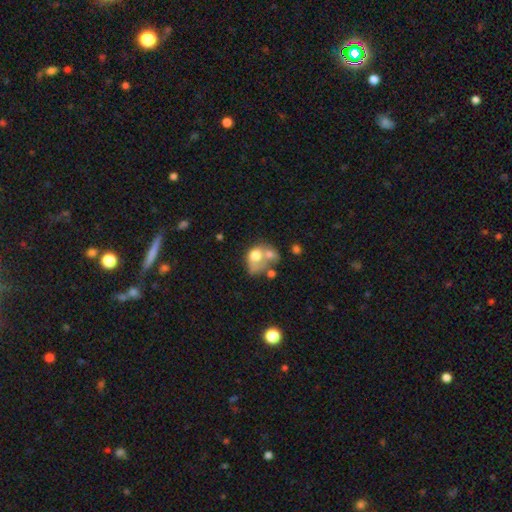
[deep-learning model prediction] smooth 60%, featured or disk 29%, star or artifact 11%. Down the decision tree: how rounded — in between (53%); merging — merger (56%).